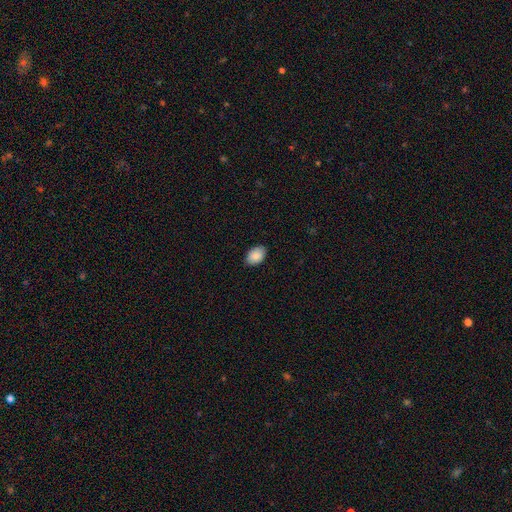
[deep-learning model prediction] Smooth or featured? Predicted: smooth (p=0.89). How rounded? Predicted: in between (p=0.87). Merging? Predicted: none (p=0.87).